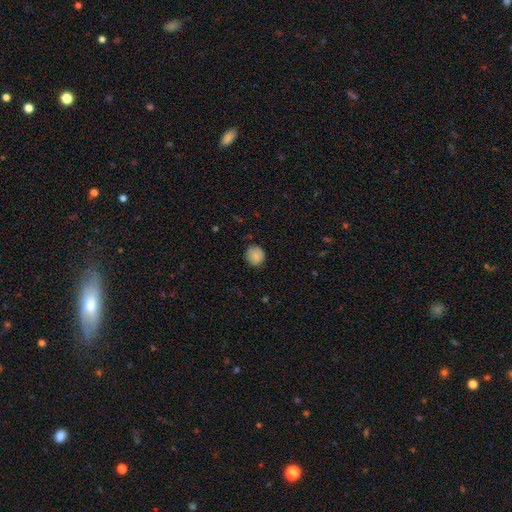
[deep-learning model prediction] smooth 81%, featured or disk 11%, star or artifact 8%. Down the decision tree: how rounded — round (83%); merging — none (80%).